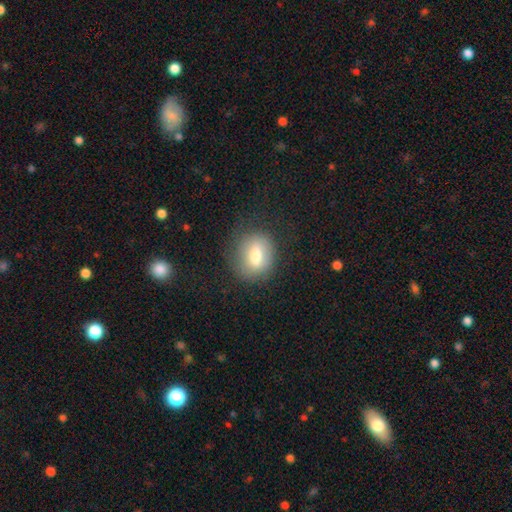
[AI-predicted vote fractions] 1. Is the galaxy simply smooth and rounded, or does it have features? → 71% smooth, 19% featured or disk, 10% star or artifact.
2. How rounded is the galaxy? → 58% round, 41% in between, 1% cigar-shaped.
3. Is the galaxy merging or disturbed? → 77% none, 15% minor disturbance, 6% major disturbance, 1% merger.